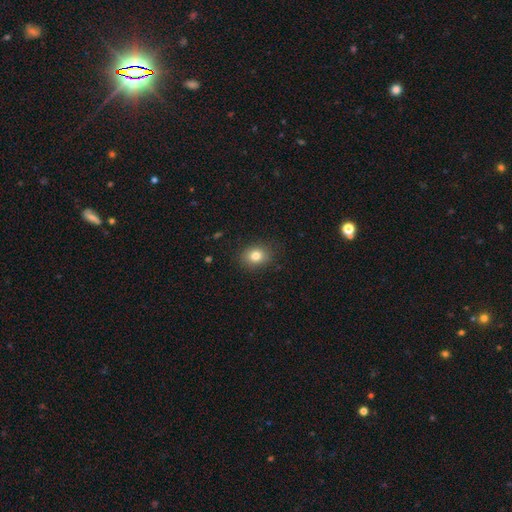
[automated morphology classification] The model was most divided on "how rounded": round: 55%, in between: 44%, cigar-shaped: 1%. More confident: merging — none (86%); smooth or featured — smooth (81%).